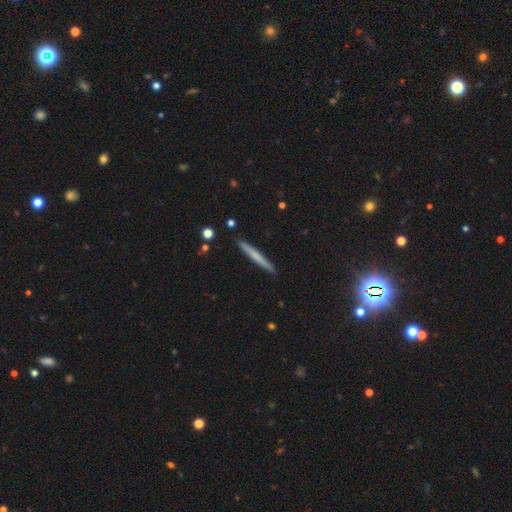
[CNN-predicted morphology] smooth-or-featured: smooth: 57% | featured or disk: 36% | star or artifact: 6%
  how-rounded: cigar-shaped: 97% | in between: 2% | round: 1%
  merging: none: 91% | minor disturbance: 6% | merger: 1% | major disturbance: 1%